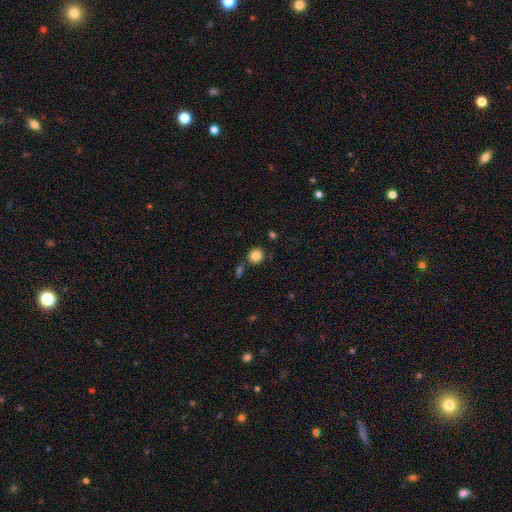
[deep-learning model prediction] smooth-or-featured: smooth: 83% | star or artifact: 10% | featured or disk: 7%
  how-rounded: round: 89% | in between: 10% | cigar-shaped: 1%
  merging: none: 75% | merger: 11% | minor disturbance: 11% | major disturbance: 3%